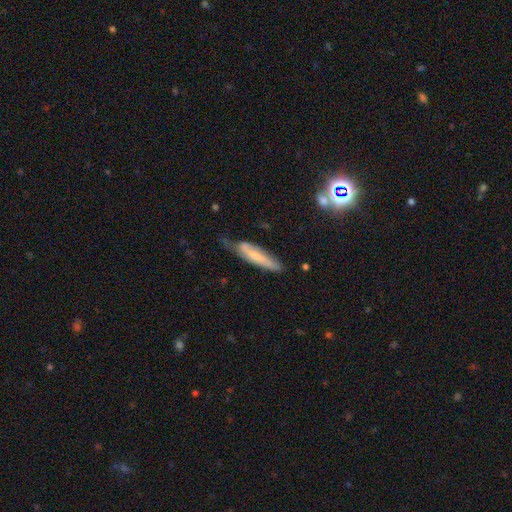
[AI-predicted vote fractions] Smooth or featured? Predicted: smooth (p=0.52). How rounded? Predicted: cigar-shaped (p=0.79). Merging? Predicted: none (p=0.48).